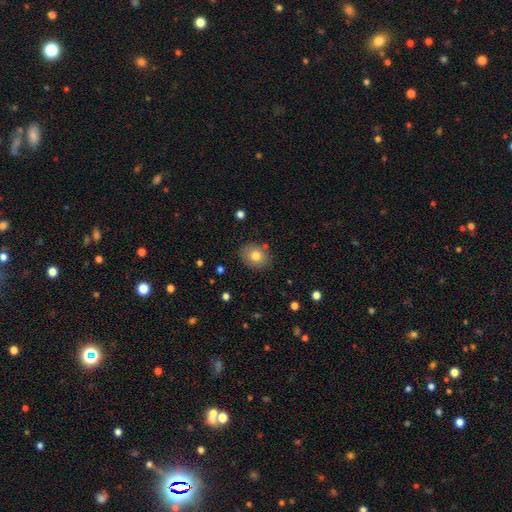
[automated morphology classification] Smooth or featured: smooth — 78% (featured or disk — 12%)
How rounded: round — 56% (in between — 43%)
Merging: none — 85% (minor disturbance — 10%)